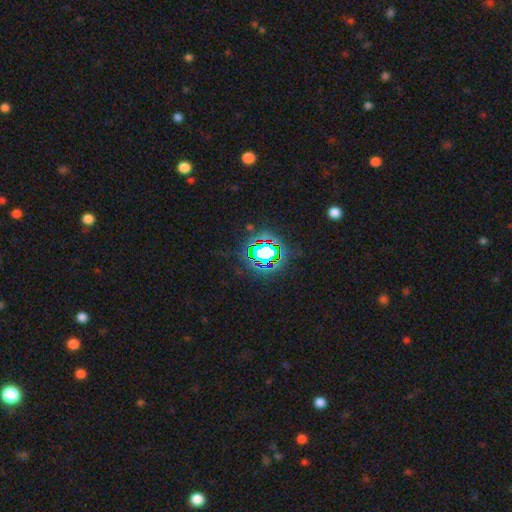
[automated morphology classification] Smooth or featured: star or artifact — 82% (smooth — 11%)